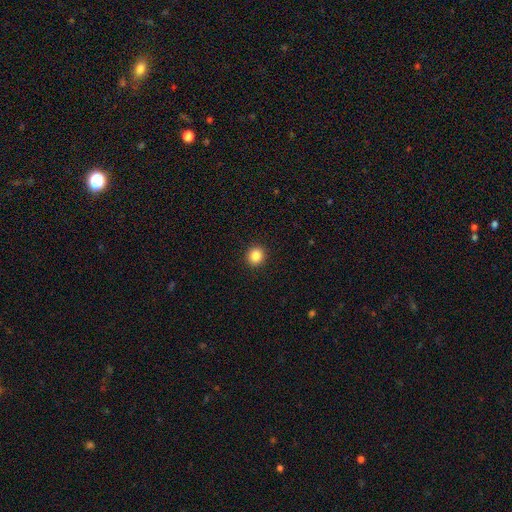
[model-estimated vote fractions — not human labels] smooth 86%, star or artifact 10%, featured or disk 3%. Down the decision tree: how rounded — round (87%); merging — none (92%).